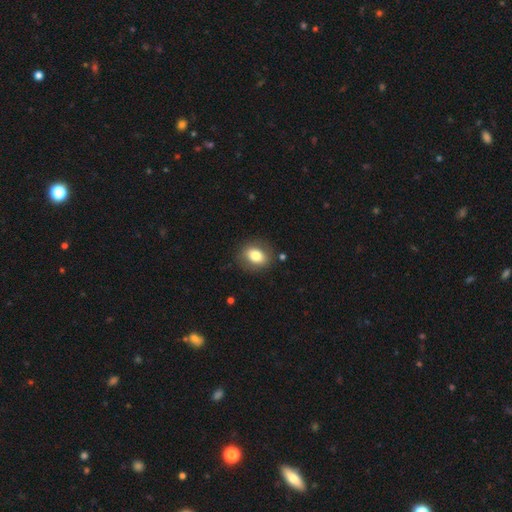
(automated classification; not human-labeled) This appears to be a smooth galaxy with no disk features (78%) that is in between round and cigar-shaped (59%). Merging: none (84%).